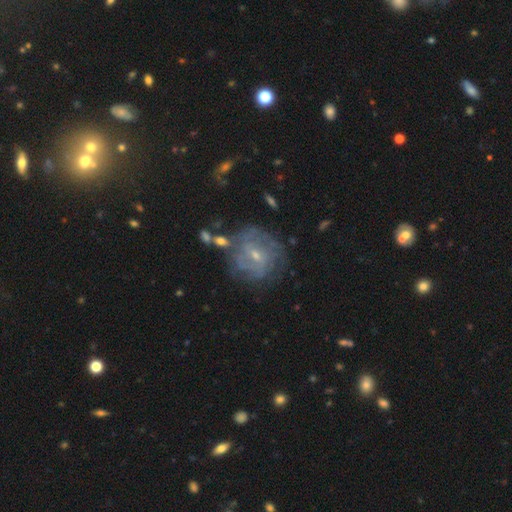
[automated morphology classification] featured or disk 70%, smooth 21%, star or artifact 9%. Down the decision tree: edge-on disk — no (97%); bar — weak (53%); spiral arms — yes (72%); bulge size — small (63%); merging — none (62%).